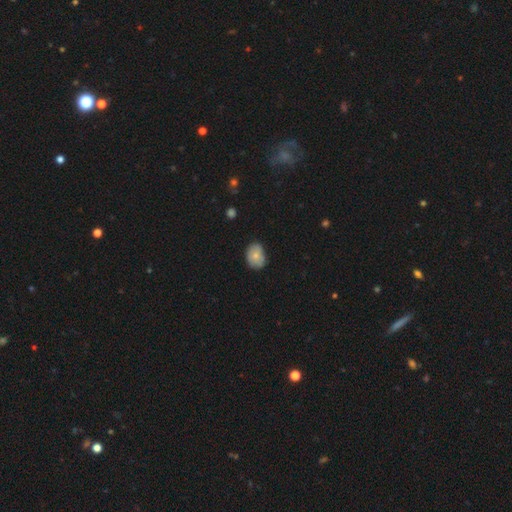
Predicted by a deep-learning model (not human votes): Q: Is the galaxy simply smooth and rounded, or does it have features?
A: smooth — 75%.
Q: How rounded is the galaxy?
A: in between — 64%.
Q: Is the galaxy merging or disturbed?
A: none — 67%.